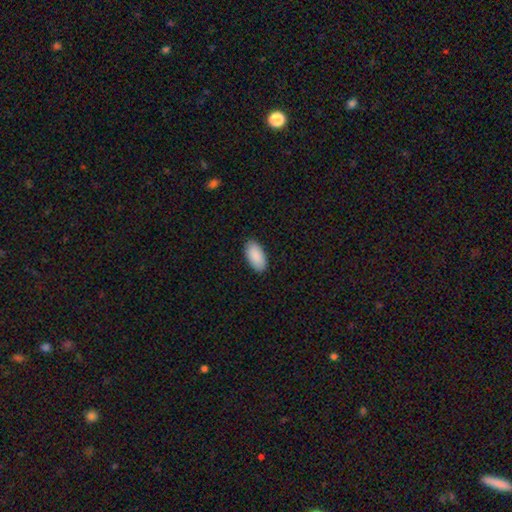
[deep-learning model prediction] Morphology: type=smooth (91%); roundness=in between (96%); merging=none (89%).